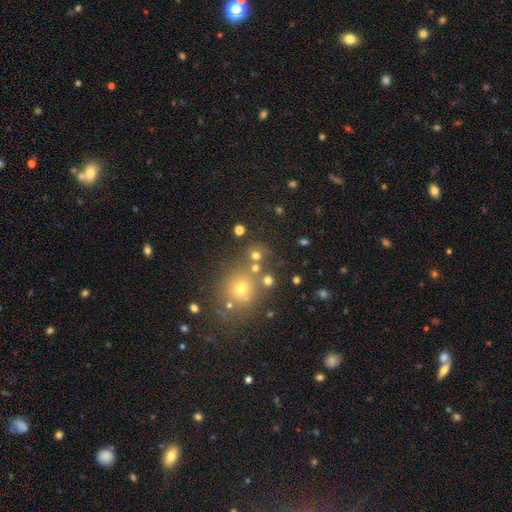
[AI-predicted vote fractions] smooth 68%, star or artifact 23%, featured or disk 10%. Down the decision tree: how rounded — round (87%); merging — none (68%).